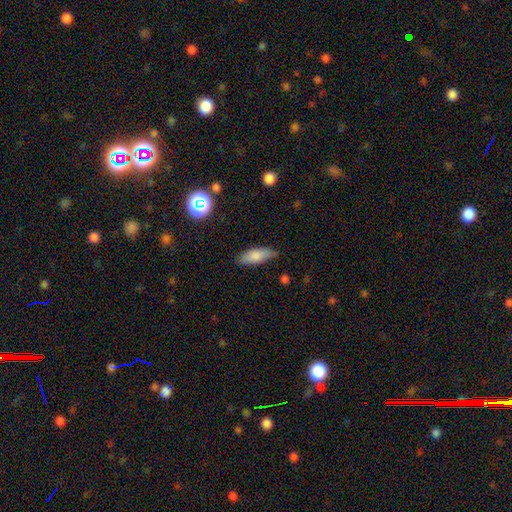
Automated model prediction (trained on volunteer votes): Morphology: type=smooth (79%); roundness=in between (70%); merging=none (73%).